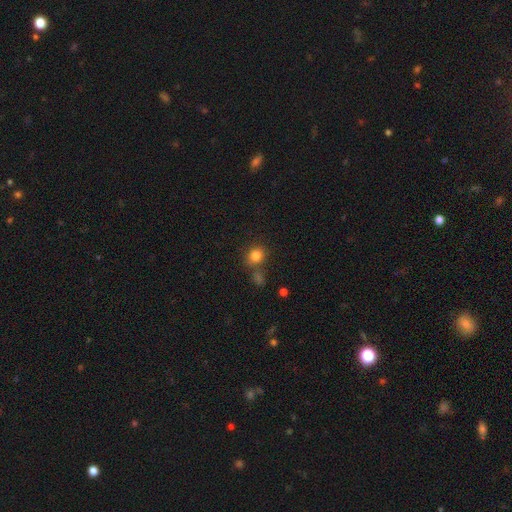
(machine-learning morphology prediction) The model was most divided on "how rounded": round: 75%, in between: 24%, cigar-shaped: 1%. More confident: smooth or featured — smooth (82%); merging — none (68%).